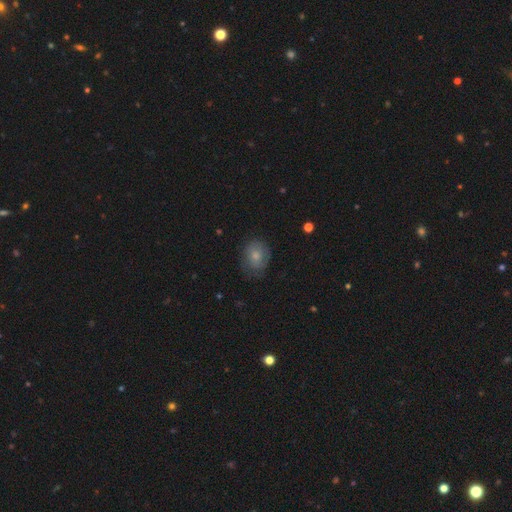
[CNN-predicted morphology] smooth 67%, featured or disk 25%, star or artifact 8%. Down the decision tree: how rounded — round (50%); merging — none (66%).